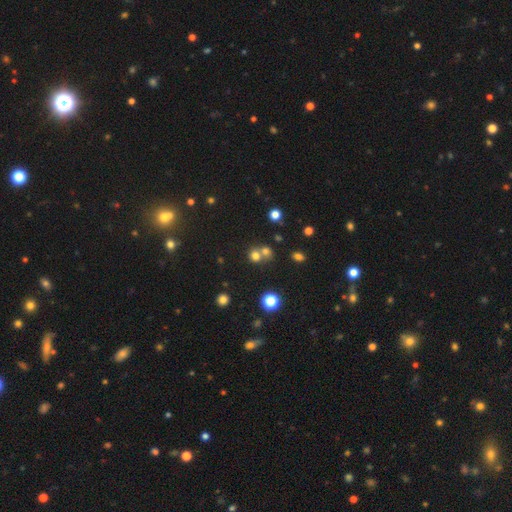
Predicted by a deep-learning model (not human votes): smooth_or_featured: smooth (p=0.70) [alt: star or artifact p=0.20]
how_rounded: round (p=0.80) [alt: in between p=0.19]
merging: merger (p=0.49) [alt: none p=0.42]